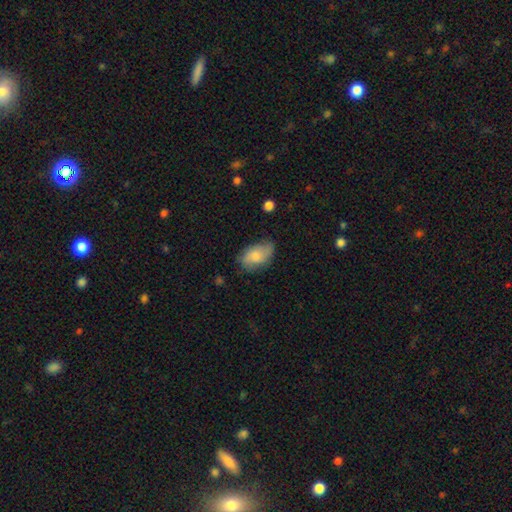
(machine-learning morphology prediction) smooth_or_featured: smooth (p=0.72) [alt: featured or disk p=0.21]
how_rounded: in between (p=0.91) [alt: round p=0.07]
merging: none (p=0.60) [alt: minor disturbance p=0.30]